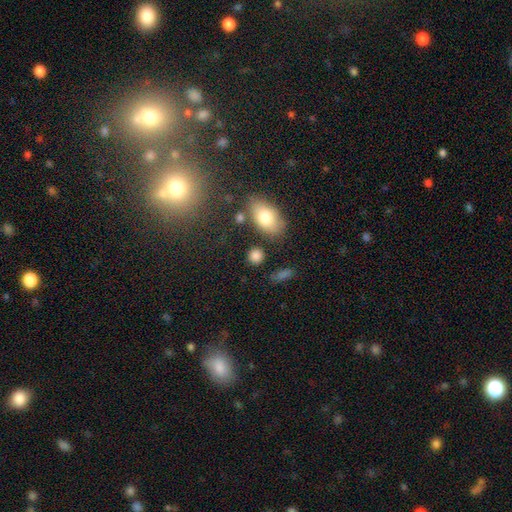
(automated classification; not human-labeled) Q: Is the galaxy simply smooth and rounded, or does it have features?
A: smooth — 83%.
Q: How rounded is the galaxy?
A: round — 75%.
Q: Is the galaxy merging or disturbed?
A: none — 79%.